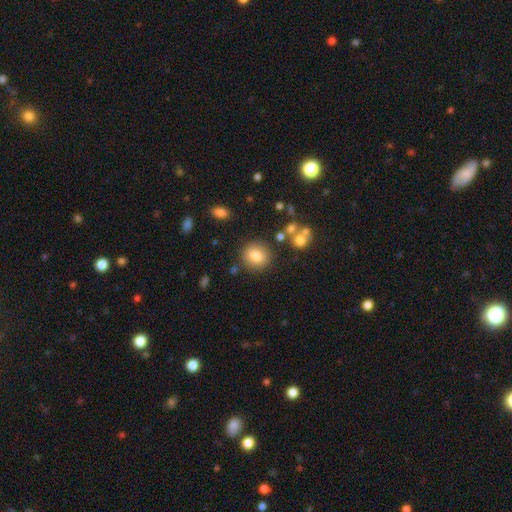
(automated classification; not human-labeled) A smooth galaxy with no disk features (81%) that is round (84%). Merging: none (83%).